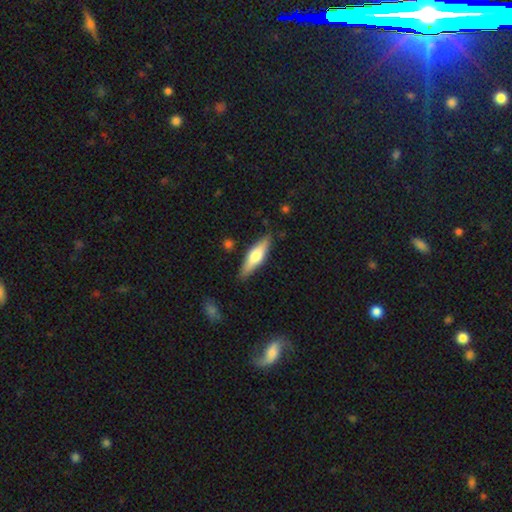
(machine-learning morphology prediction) smooth 50%, featured or disk 44%, star or artifact 5%. Down the decision tree: how rounded — cigar-shaped (66%); merging — none (86%).